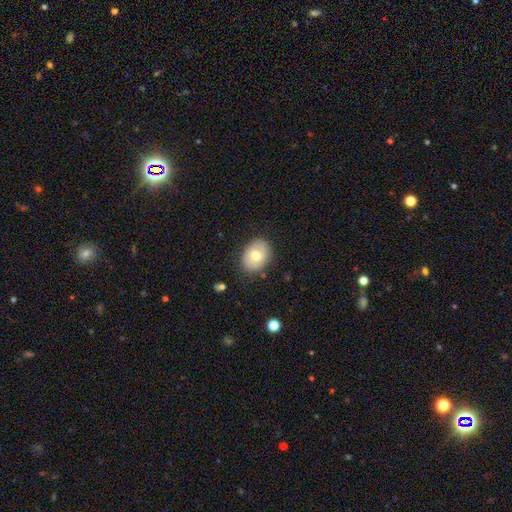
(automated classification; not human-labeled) Smooth or featured: smooth — 66% (featured or disk — 26%)
How rounded: in between — 60% (round — 39%)
Merging: none — 81% (minor disturbance — 14%)